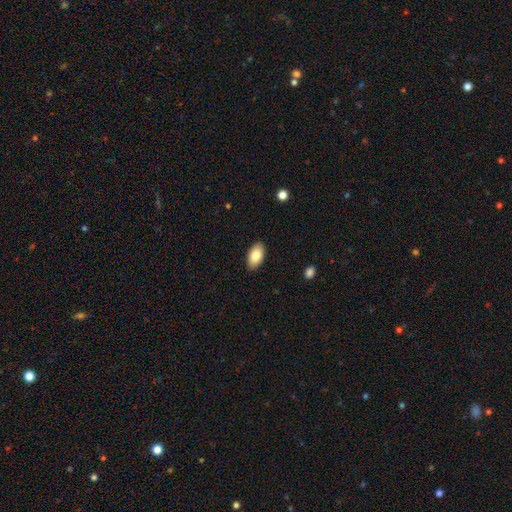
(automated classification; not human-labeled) Smooth or featured?
  - smooth: 84% *
  - featured or disk: 10%
  - star or artifact: 7%
How rounded?
  - in between: 95% *
  - round: 3%
  - cigar-shaped: 2%
Merging?
  - none: 89% *
  - minor disturbance: 8%
  - major disturbance: 2%
  - merger: 1%